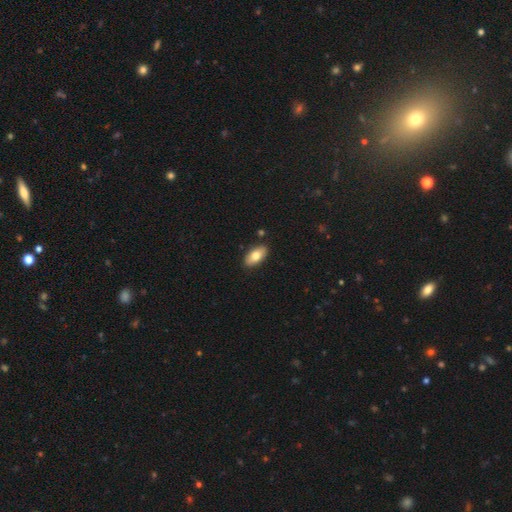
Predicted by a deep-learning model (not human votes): Smooth or featured: smooth — 79% (featured or disk — 14%)
How rounded: in between — 93% (cigar-shaped — 4%)
Merging: none — 88% (minor disturbance — 9%)